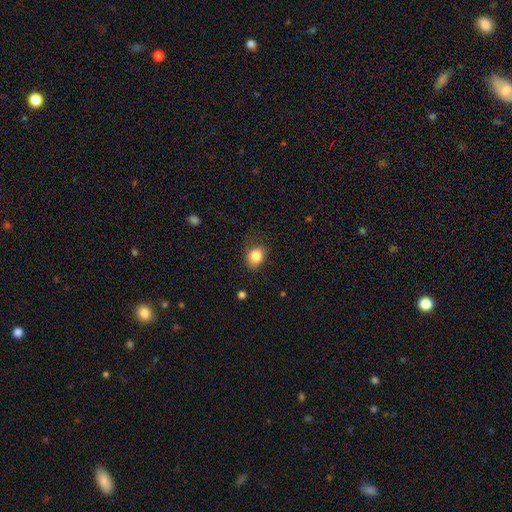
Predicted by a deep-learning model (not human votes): smooth_or_featured: smooth (p=0.84) [alt: star or artifact p=0.10]
how_rounded: round (p=0.59) [alt: in between p=0.40]
merging: none (p=0.69) [alt: minor disturbance p=0.23]